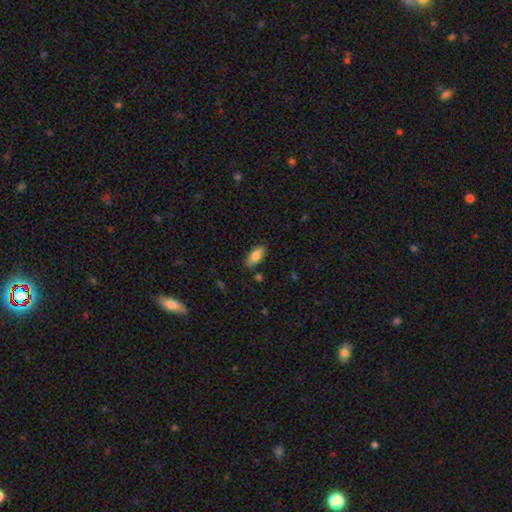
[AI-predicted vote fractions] Morphology: type=smooth (82%); roundness=in between (83%); merging=none (85%).